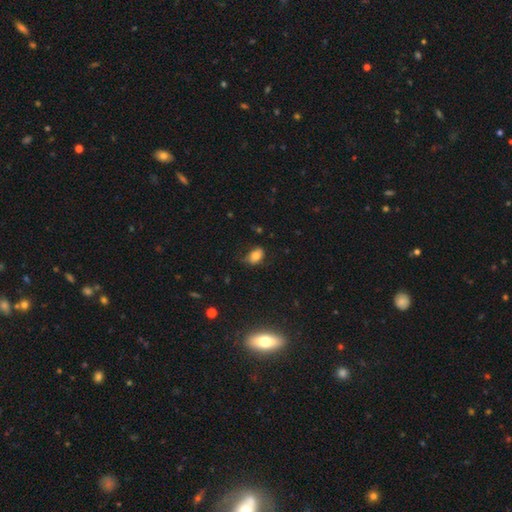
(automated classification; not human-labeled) smooth 75%, featured or disk 14%, star or artifact 11%. Down the decision tree: how rounded — in between (83%); merging — none (64%).